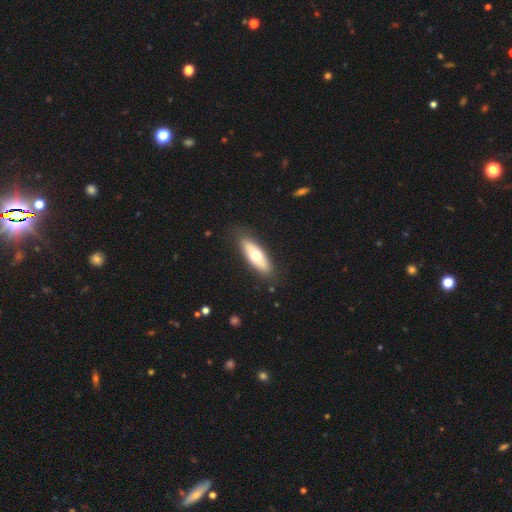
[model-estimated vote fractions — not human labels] This appears to be a smooth galaxy with no disk features (59%) that is in between round and cigar-shaped (66%). Merging: none (85%).